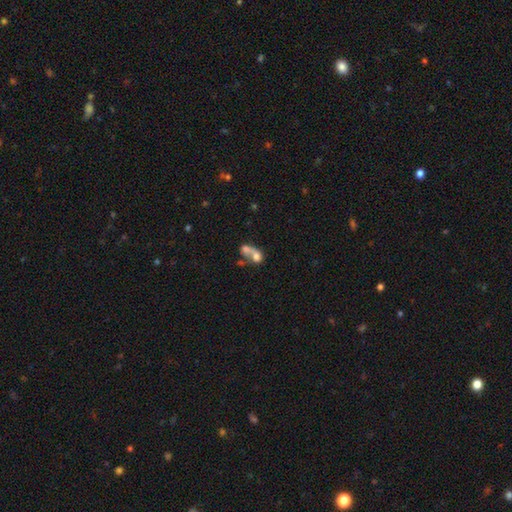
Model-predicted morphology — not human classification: smooth 55%, featured or disk 28%, star or artifact 17%. Down the decision tree: how rounded — round (48%); merging — merger (60%).